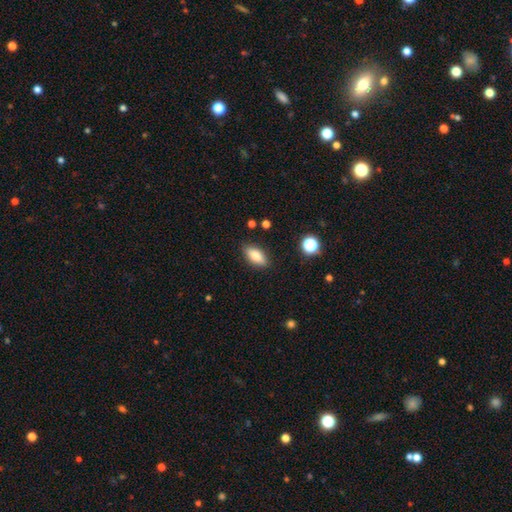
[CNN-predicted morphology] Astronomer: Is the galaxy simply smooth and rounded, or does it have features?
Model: smooth — 80%.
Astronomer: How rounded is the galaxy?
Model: in between — 84%.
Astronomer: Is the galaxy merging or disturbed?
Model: none — 85%.